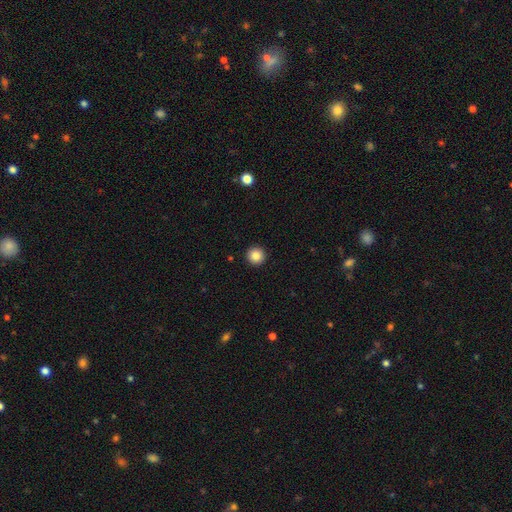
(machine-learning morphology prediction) Q: Smooth or featured?
A: smooth (86%); runner-up: star or artifact (10%)
Q: How rounded?
A: round (96%); runner-up: in between (3%)
Q: Merging?
A: none (93%); runner-up: minor disturbance (4%)